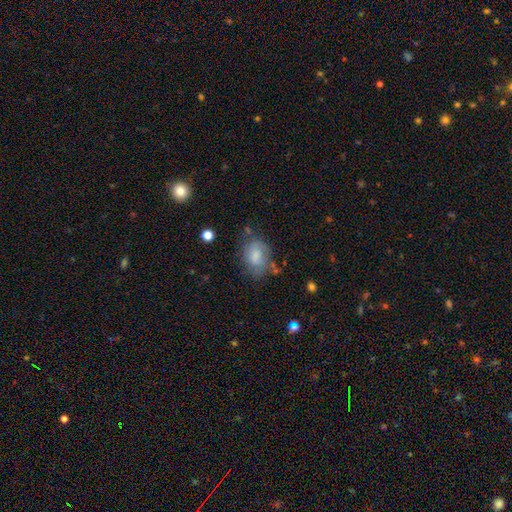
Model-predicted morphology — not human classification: Overall: smooth (73%). How rounded: in between (74%). Merging: none (56%; minor disturbance 27%).